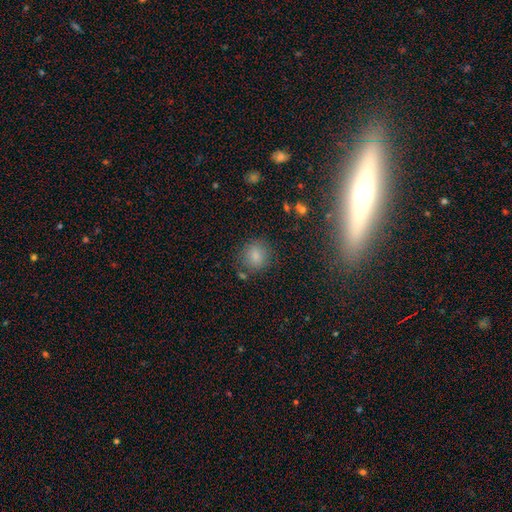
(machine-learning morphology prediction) Smooth or featured? Predicted: smooth (p=0.82). How rounded? Predicted: round (p=0.81). Merging? Predicted: none (p=0.79).